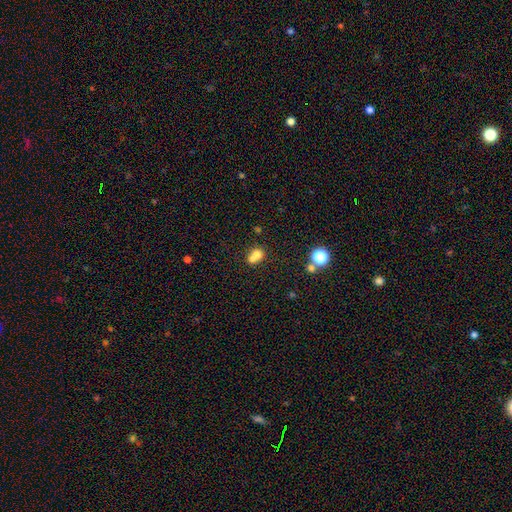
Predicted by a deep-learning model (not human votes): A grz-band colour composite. It shows a smooth galaxy with no disk features (70%) that is round (63%). Merging: merger (60%).